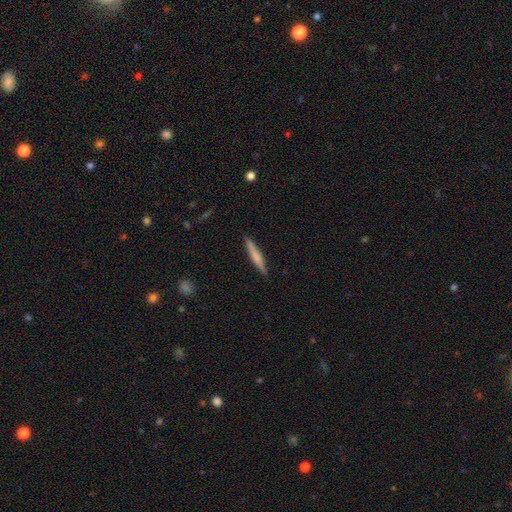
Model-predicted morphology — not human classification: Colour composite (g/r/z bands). It shows a smooth galaxy with no disk features (59%) that is cigar-shaped (93%). Merging: none (90%).